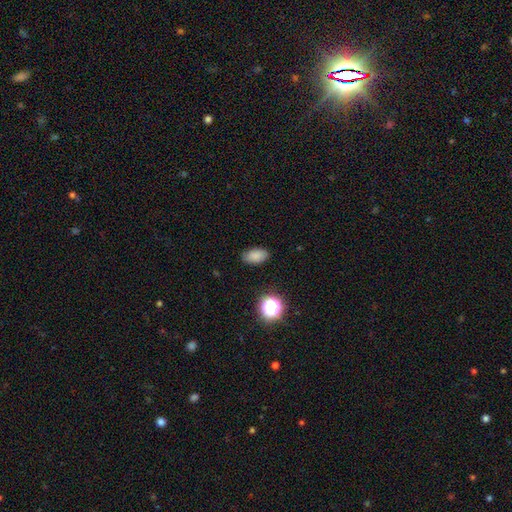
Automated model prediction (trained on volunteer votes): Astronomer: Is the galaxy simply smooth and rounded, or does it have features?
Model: smooth — 83%.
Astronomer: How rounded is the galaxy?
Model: in between — 90%.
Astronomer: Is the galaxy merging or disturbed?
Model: none — 85%.